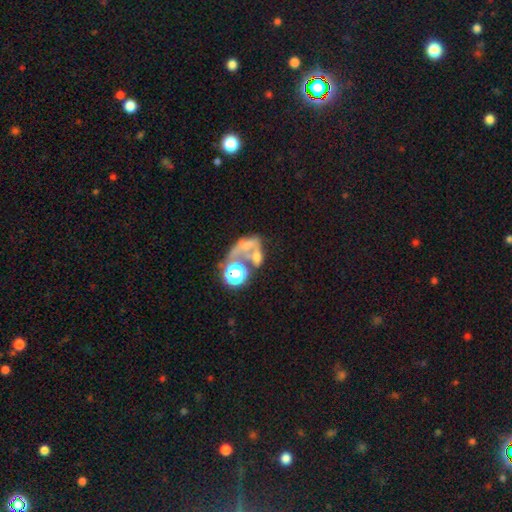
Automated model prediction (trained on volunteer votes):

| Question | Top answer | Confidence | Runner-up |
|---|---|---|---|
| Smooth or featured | smooth | 42% | featured or disk (37%) |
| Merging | merger | 52% | major disturbance (22%) |